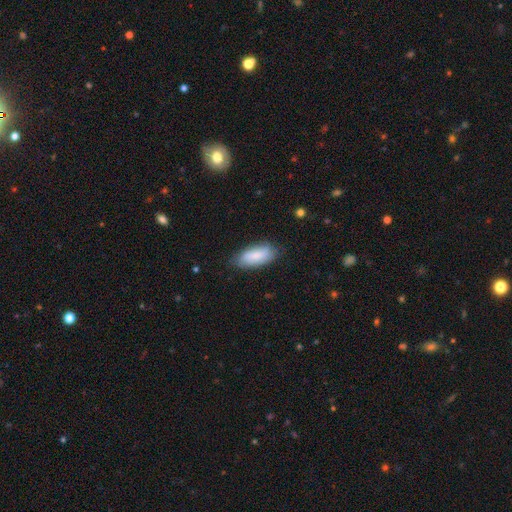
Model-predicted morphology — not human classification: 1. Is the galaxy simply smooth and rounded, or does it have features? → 80% smooth, 14% featured or disk, 6% star or artifact.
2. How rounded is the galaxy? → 87% in between, 11% cigar-shaped, 2% round.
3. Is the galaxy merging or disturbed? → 74% none, 20% minor disturbance, 4% major disturbance, 1% merger.